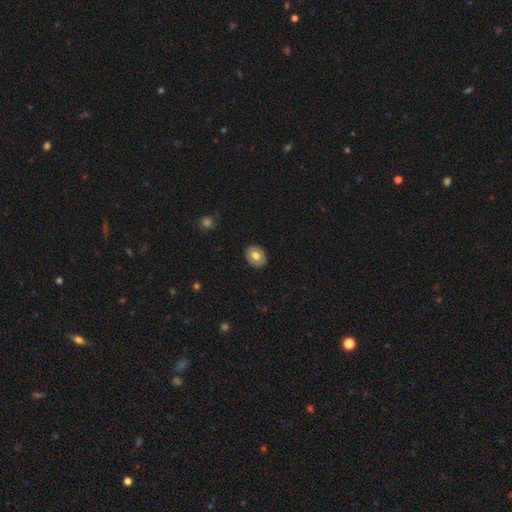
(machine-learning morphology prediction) Smooth or featured: smooth — 70% (featured or disk — 22%)
How rounded: round — 51% (in between — 48%)
Merging: none — 88% (minor disturbance — 9%)